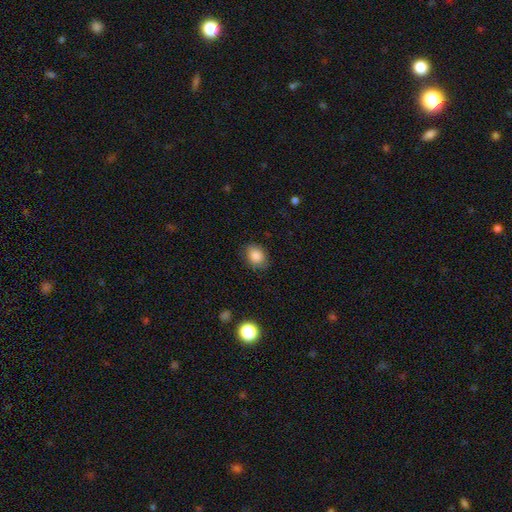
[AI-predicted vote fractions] This appears to be a smooth galaxy with no disk features (86%) that is in between round and cigar-shaped (53%). Merging: none (81%).